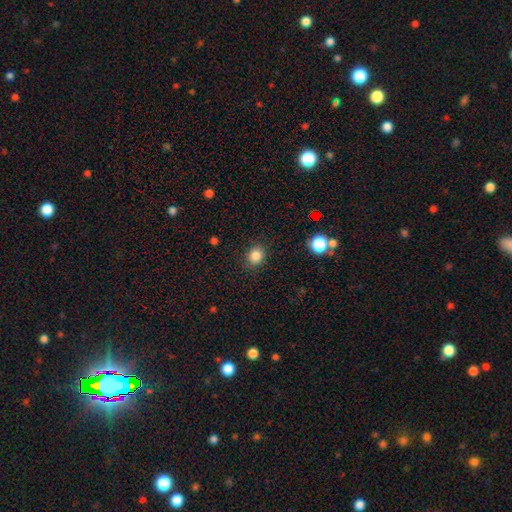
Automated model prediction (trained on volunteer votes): This appears to be a smooth galaxy with no disk features (85%) that is round (72%). Merging: none (87%).